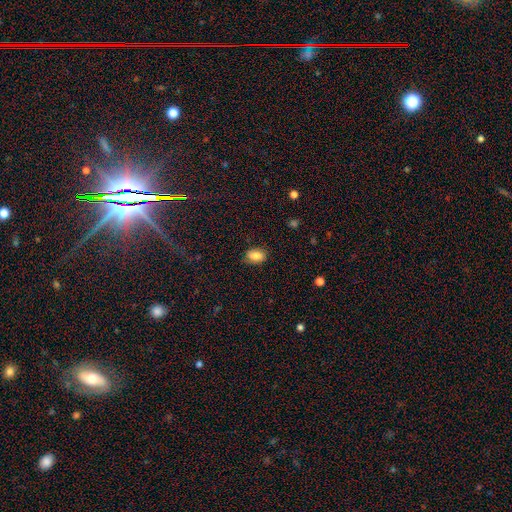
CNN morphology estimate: type=smooth (81%); roundness=in between (86%); merging=none (79%).